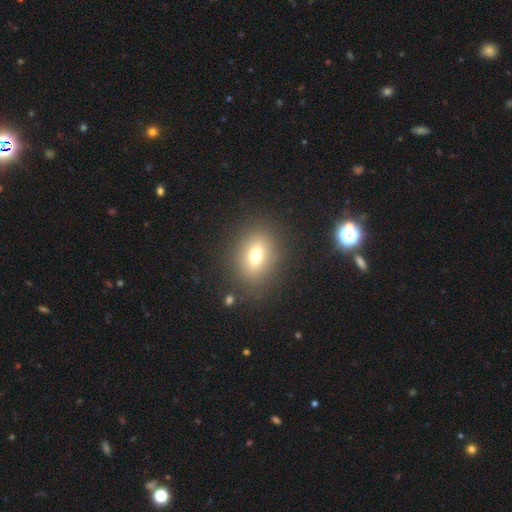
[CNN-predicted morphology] A smooth galaxy with no disk features (67%) that is in between round and cigar-shaped (58%). Merging: none (84%).